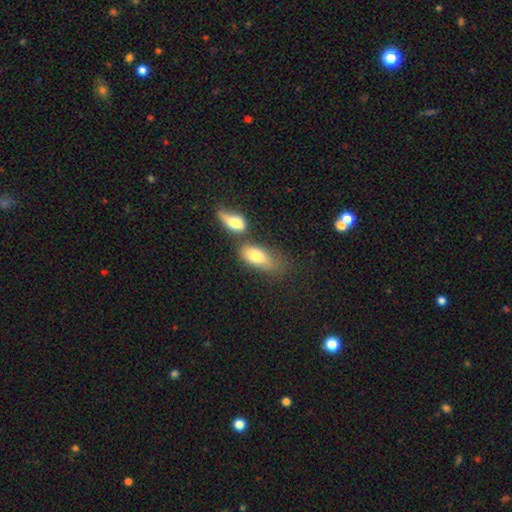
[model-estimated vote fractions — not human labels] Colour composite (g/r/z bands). It shows a smooth galaxy with no disk features (76%) that is in between round and cigar-shaped (85%). Merging: merger (41%).